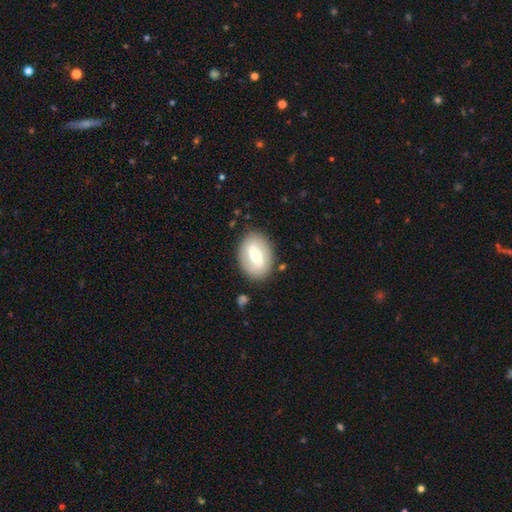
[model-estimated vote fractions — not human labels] smooth_or_featured: featured or disk (p=0.53) [alt: smooth p=0.41]
disk_edge_on: no (p=0.89) [alt: yes p=0.11]
merging: none (p=0.85) [alt: minor disturbance p=0.10]